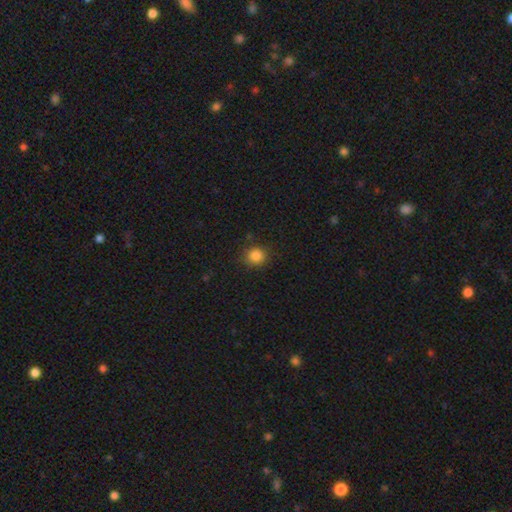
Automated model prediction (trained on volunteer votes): Smooth or featured: smooth — 85% (star or artifact — 11%)
How rounded: round — 86% (in between — 13%)
Merging: none — 86% (minor disturbance — 10%)